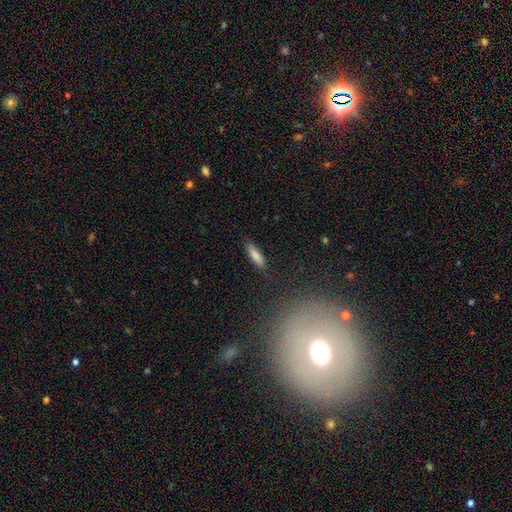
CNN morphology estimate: This is clearly a smooth galaxy (81%). How rounded: likely cigar-shaped (68%). Merging: clearly none (85%).